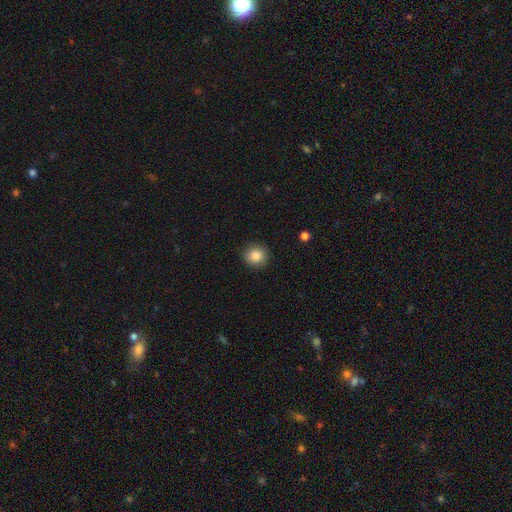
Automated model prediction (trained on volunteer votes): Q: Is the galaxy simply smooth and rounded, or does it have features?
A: smooth — 85%.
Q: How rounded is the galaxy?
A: round — 89%.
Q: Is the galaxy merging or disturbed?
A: none — 89%.